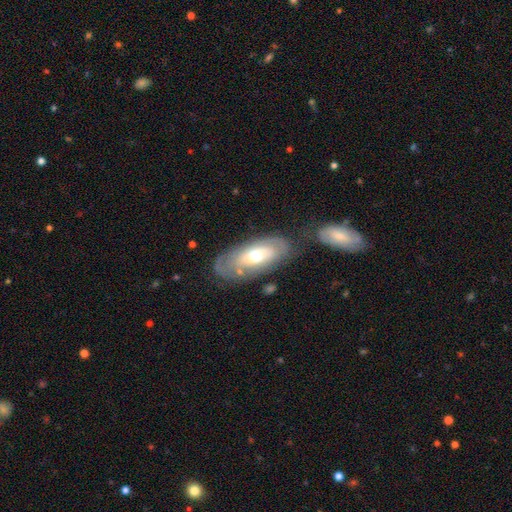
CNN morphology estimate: Q: Smooth or featured?
A: featured or disk (58%); runner-up: smooth (36%)
Q: Edge-on disk?
A: no (87%); runner-up: yes (13%)
Q: Bar?
A: no (78%); runner-up: weak (16%)
Q: Spiral arms?
A: yes (52%); runner-up: no (48%)
Q: Bulge size?
A: moderate (70%); runner-up: small (18%)
Q: Merging?
A: none (63%); runner-up: minor disturbance (19%)